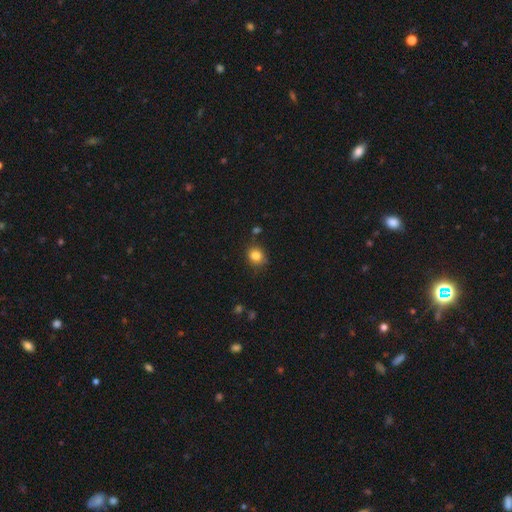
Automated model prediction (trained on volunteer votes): The model was most divided on "how rounded": round: 78%, in between: 21%, cigar-shaped: 1%. More confident: smooth or featured — smooth (83%); merging — none (79%).